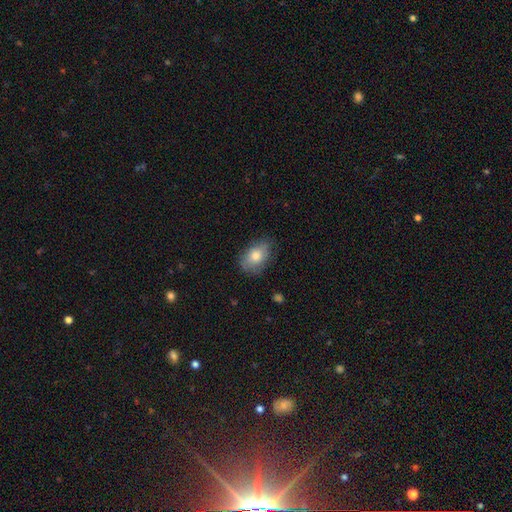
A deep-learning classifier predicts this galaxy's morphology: Smooth or featured? smooth (75%)
How rounded? in between (84%)
Merging? none (72%)